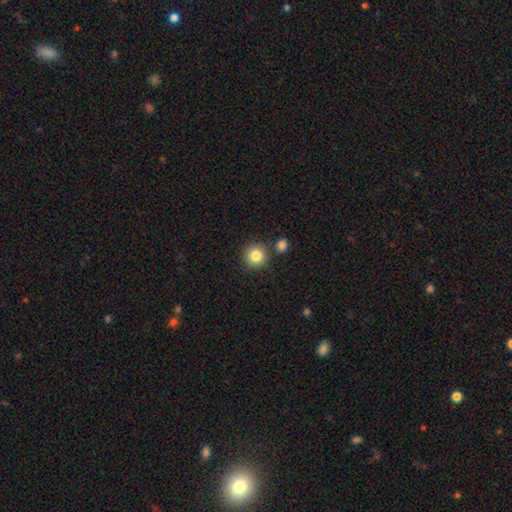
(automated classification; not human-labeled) Morphology: type=smooth (85%); roundness=round (93%); merging=none (81%).